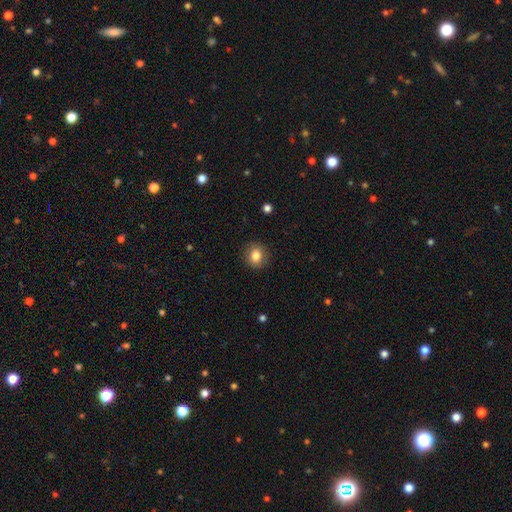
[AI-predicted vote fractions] A smooth galaxy with no disk features (83%) that is round (81%).

Vote fractions:
- Smooth or featured? smooth: 83% / star or artifact: 9% / featured or disk: 7%
- How rounded? round: 81% / in between: 19% / cigar-shaped: 1%
- Merging? none: 88% / minor disturbance: 8% / major disturbance: 2% / merger: 1%